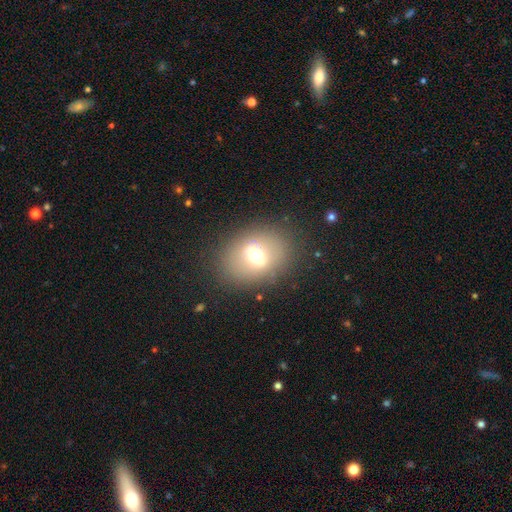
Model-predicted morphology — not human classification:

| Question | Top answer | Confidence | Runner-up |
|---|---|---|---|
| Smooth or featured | smooth | 53% | featured or disk (34%) |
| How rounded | in between | 60% | round (38%) |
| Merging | none | 82% | minor disturbance (11%) |